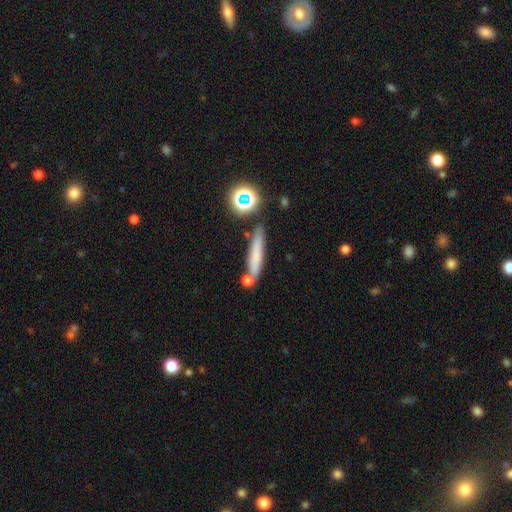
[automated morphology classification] The model was most divided on "smooth or featured": smooth: 66%, featured or disk: 21%, star or artifact: 13%. More confident: how rounded — cigar-shaped (87%); merging — none (74%).